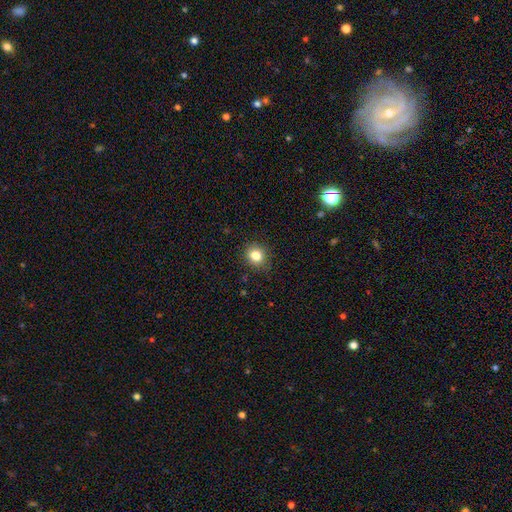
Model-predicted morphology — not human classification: smooth-or-featured: smooth: 82% | star or artifact: 12% | featured or disk: 6%
  how-rounded: round: 78% | in between: 21% | cigar-shaped: 1%
  merging: none: 87% | minor disturbance: 9% | major disturbance: 2% | merger: 1%